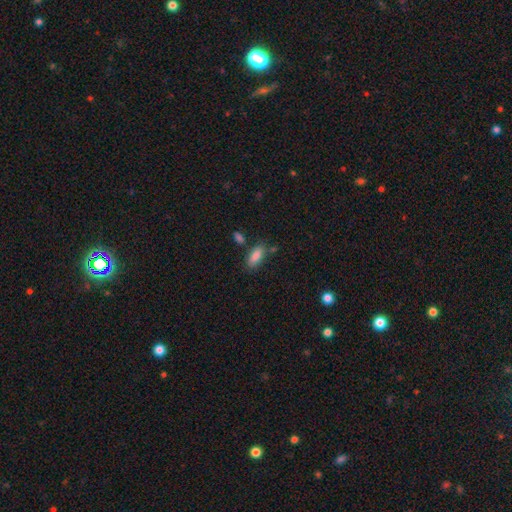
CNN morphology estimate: smooth-or-featured: smooth: 86% | star or artifact: 7% | featured or disk: 7%
  how-rounded: in between: 85% | cigar-shaped: 13% | round: 2%
  merging: none: 74% | minor disturbance: 14% | merger: 8% | major disturbance: 4%